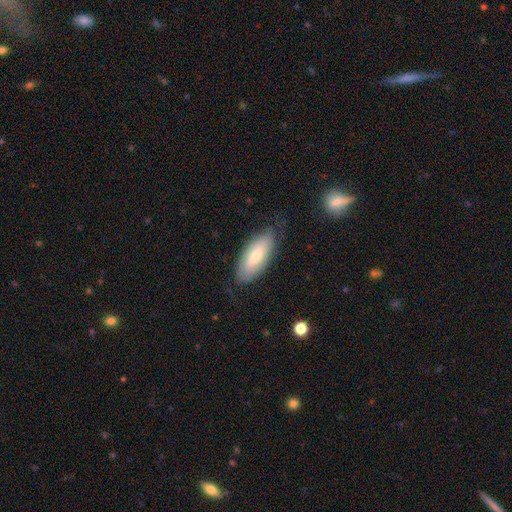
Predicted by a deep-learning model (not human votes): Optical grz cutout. It shows a smooth galaxy with no disk features (68%) that is in between round and cigar-shaped (81%). Merging: none (75%).